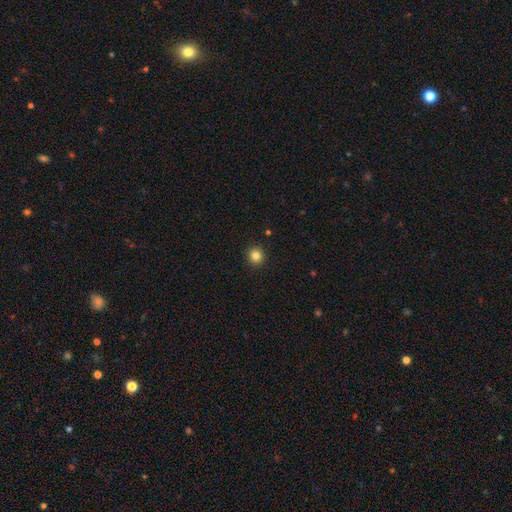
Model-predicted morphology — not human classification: A smooth galaxy with no disk features (84%) that is round (93%).

Vote fractions:
- Smooth or featured? smooth: 84% / star or artifact: 12% / featured or disk: 5%
- How rounded? round: 93% / in between: 6% / cigar-shaped: 1%
- Merging? none: 92% / minor disturbance: 5% / major disturbance: 2% / merger: 1%